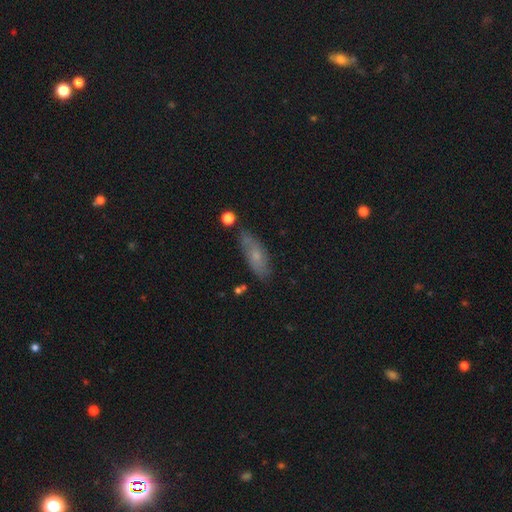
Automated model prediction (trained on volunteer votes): The model was most divided on "smooth or featured": smooth: 56%, featured or disk: 34%, star or artifact: 9%. More confident: merging — none (74%); how rounded — in between (63%).